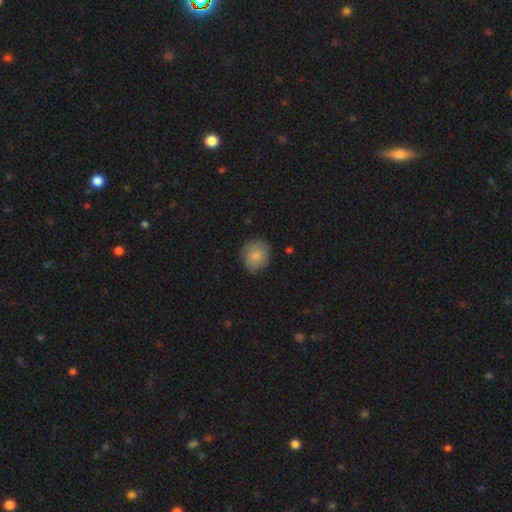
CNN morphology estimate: Smooth or featured: smooth — 82% (featured or disk — 11%)
How rounded: round — 74% (in between — 25%)
Merging: none — 76% (minor disturbance — 19%)